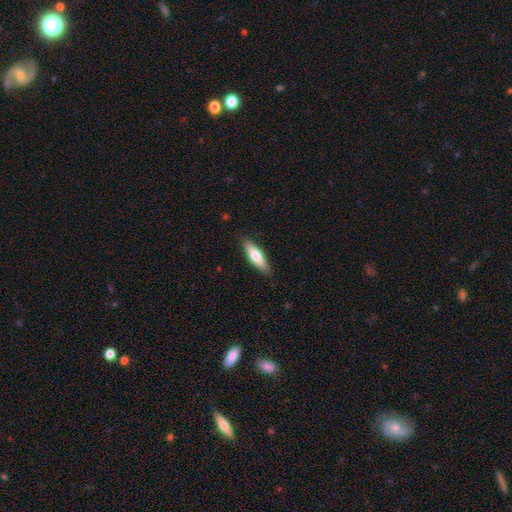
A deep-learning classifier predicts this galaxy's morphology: type=smooth (66%); roundness=cigar-shaped (57%); merging=none (87%).